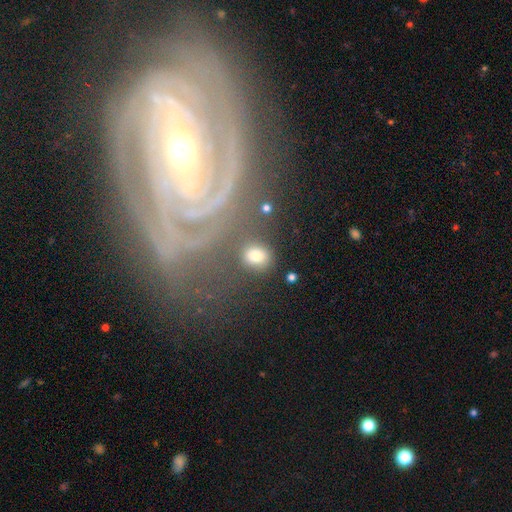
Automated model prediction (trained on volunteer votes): Smooth or featured? smooth (76%)
How rounded? round (61%)
Merging? none (74%)